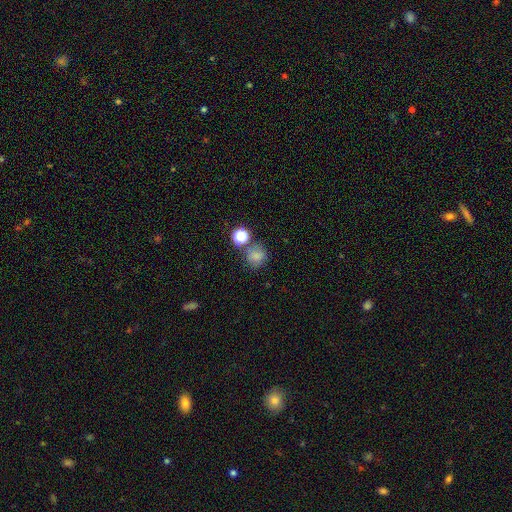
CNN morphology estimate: Q: Smooth or featured?
A: smooth (72%); runner-up: star or artifact (18%)
Q: How rounded?
A: round (84%); runner-up: in between (15%)
Q: Merging?
A: none (66%); runner-up: merger (14%)